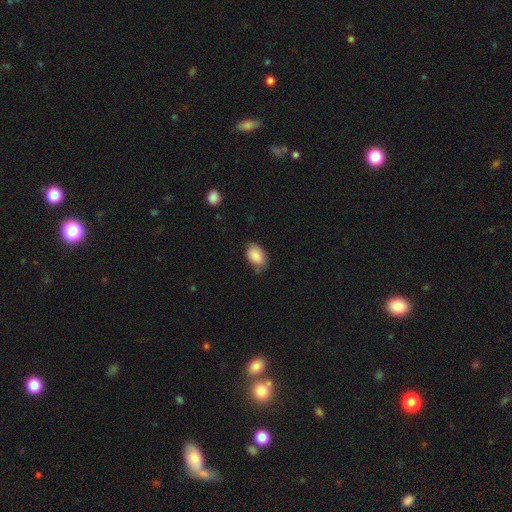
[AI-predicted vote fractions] This appears to be a smooth galaxy with no disk features (87%) that is in between round and cigar-shaped (89%). Merging: none (62%).